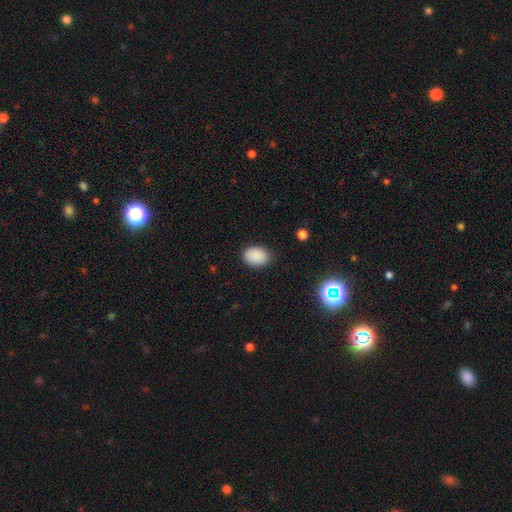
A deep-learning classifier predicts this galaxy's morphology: Smooth or featured? Predicted: smooth (p=0.88). How rounded? Predicted: in between (p=0.78). Merging? Predicted: none (p=0.81).